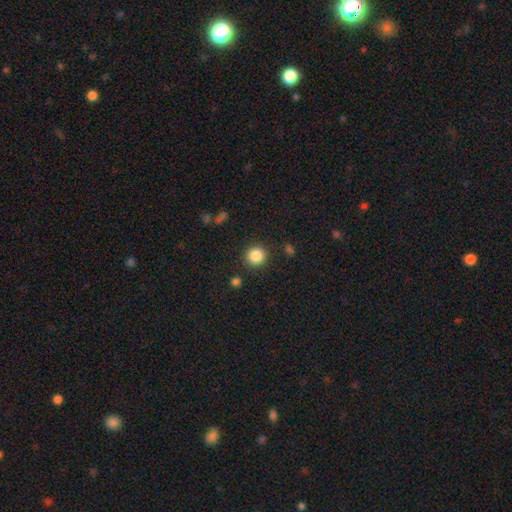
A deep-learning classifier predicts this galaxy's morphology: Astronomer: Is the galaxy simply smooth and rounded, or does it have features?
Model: smooth — 86%.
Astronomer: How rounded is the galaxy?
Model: round — 91%.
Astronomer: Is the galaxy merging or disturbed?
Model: none — 88%.